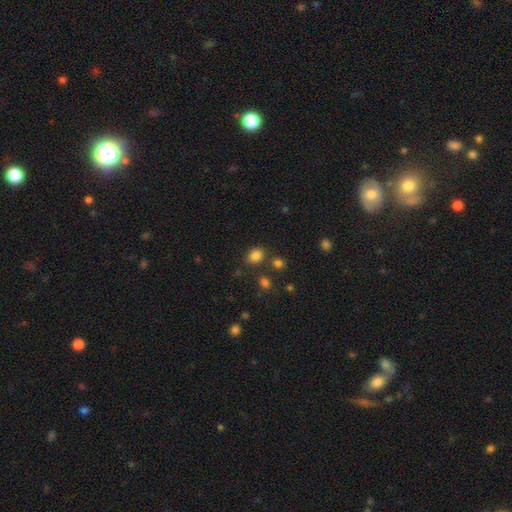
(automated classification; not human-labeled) Morphology: type=smooth (82%); roundness=round (55%); merging=none (78%).